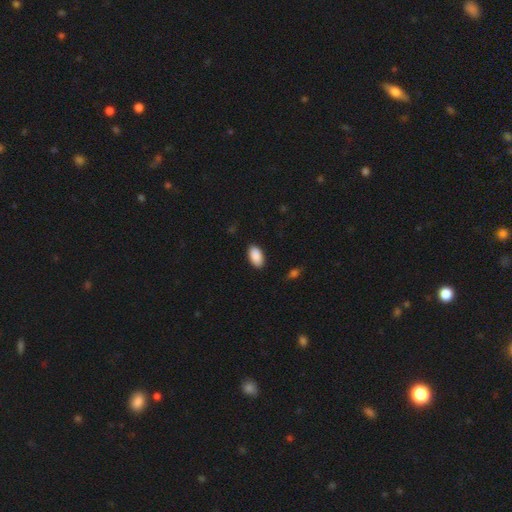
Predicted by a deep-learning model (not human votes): A smooth galaxy with no disk features (91%) that is in between round and cigar-shaped (95%). Merging: none (88%).